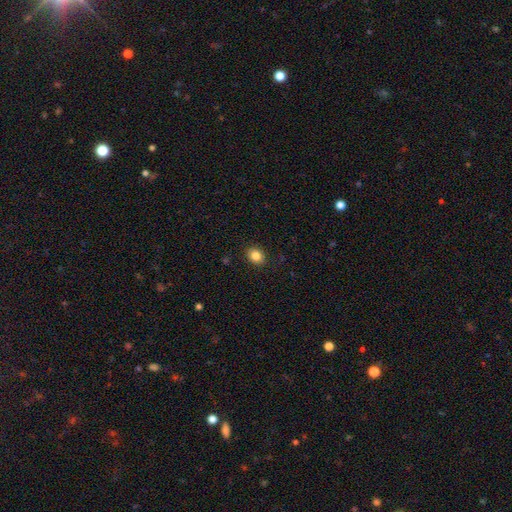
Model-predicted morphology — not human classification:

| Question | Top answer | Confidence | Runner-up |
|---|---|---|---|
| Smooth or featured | smooth | 84% | star or artifact (10%) |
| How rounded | round | 53% | in between (46%) |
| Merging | none | 90% | minor disturbance (7%) |